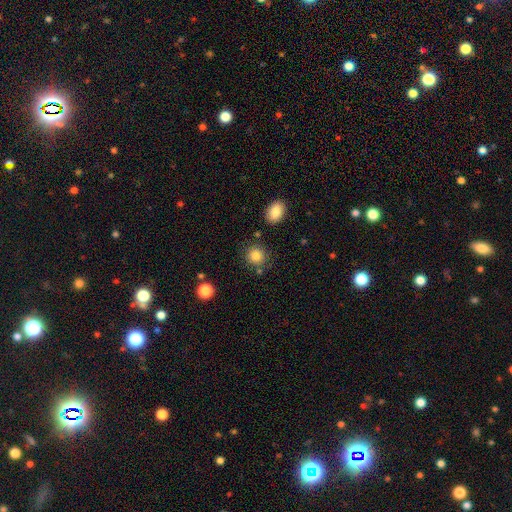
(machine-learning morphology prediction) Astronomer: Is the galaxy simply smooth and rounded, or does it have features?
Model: smooth — 84%.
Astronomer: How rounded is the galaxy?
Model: round — 88%.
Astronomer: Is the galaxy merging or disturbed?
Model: none — 81%.